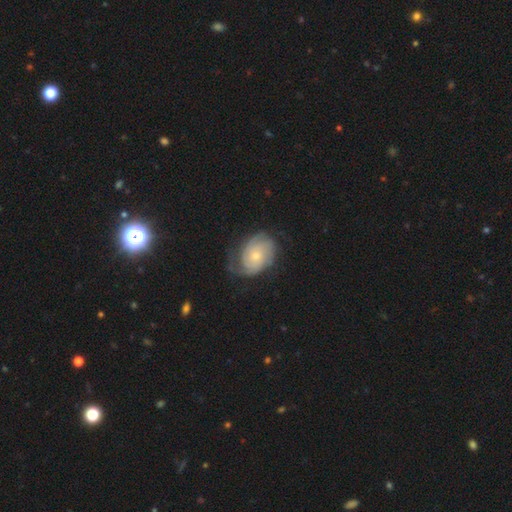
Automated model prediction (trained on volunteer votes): Smooth or featured: featured or disk — 71% (smooth — 23%)
Edge-on disk: no — 97% (yes — 3%)
Bar: no — 77% (weak — 20%)
Spiral arms: yes — 91% (no — 9%)
Spiral winding: tight — 54% (medium — 32%)
Spiral arm count: 2 — 36% (can't tell — 31%)
Bulge size: small — 61% (moderate — 34%)
Merging: none — 56% (minor disturbance — 27%)